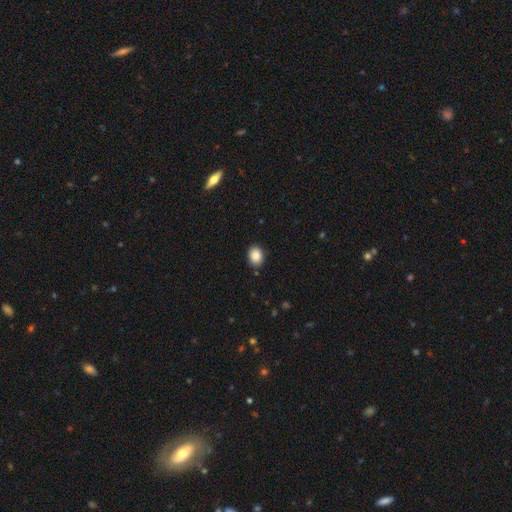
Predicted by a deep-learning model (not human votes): This is clearly a smooth galaxy (88%). How rounded: likely in between (65%). Merging: clearly none (88%).